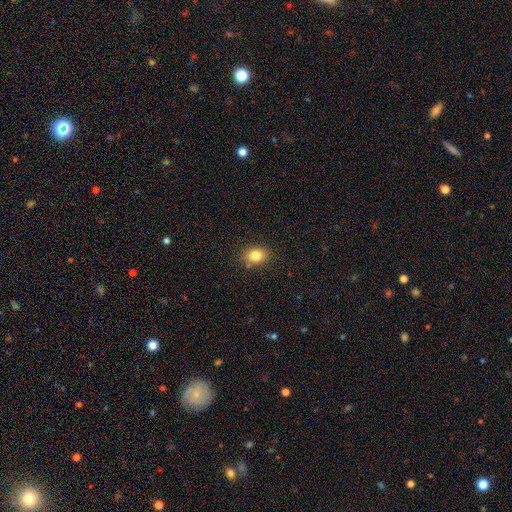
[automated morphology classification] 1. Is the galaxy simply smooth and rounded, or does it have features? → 82% smooth, 10% star or artifact, 8% featured or disk.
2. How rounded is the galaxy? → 58% in between, 41% round, 1% cigar-shaped.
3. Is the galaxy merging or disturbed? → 84% none, 11% minor disturbance, 3% merger, 3% major disturbance.